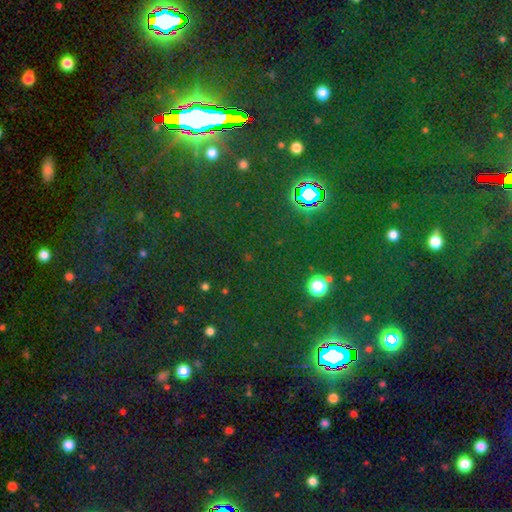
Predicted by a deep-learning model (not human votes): Overall: star or artifact (77%).